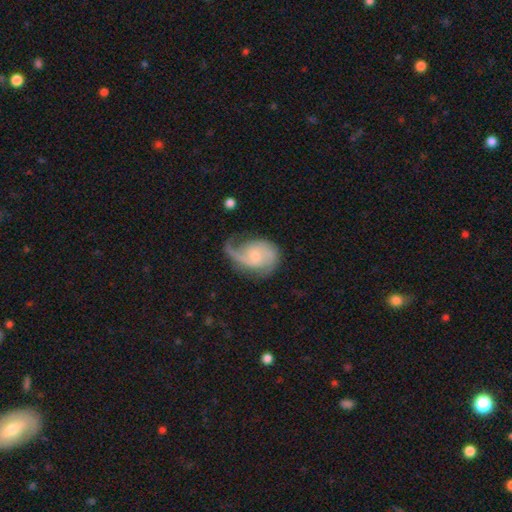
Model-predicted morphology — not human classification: smooth_or_featured: featured or disk (p=0.81) [alt: smooth p=0.14]
disk_edge_on: no (p=0.97) [alt: yes p=0.03]
bar: no (p=0.60) [alt: weak p=0.34]
has_spiral_arms: yes (p=0.95) [alt: no p=0.05]
spiral_winding: medium (p=0.45) [alt: loose p=0.35]
spiral_arm_count: 2 (p=0.63) [alt: 1 p=0.25]
bulge_size: small (p=0.56) [alt: moderate p=0.28]
merging: none (p=0.46) [alt: minor disturbance p=0.27]